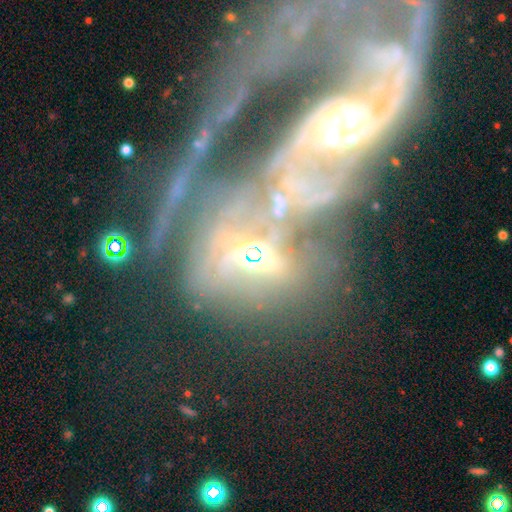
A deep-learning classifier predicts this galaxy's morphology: The model was most divided on "merging": merger: 46%, major disturbance: 26%, none: 18%, minor disturbance: 10%. More confident: edge-on disk — no (88%); smooth or featured — featured or disk (57%).